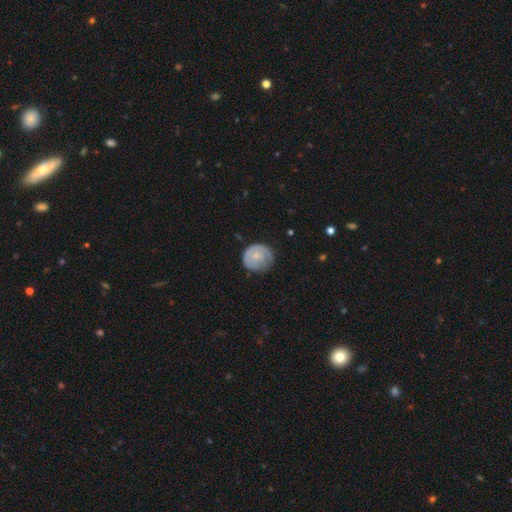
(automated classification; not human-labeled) Overall: featured or disk (49%; smooth 46%). Merging: none (65%; minor disturbance 26%).